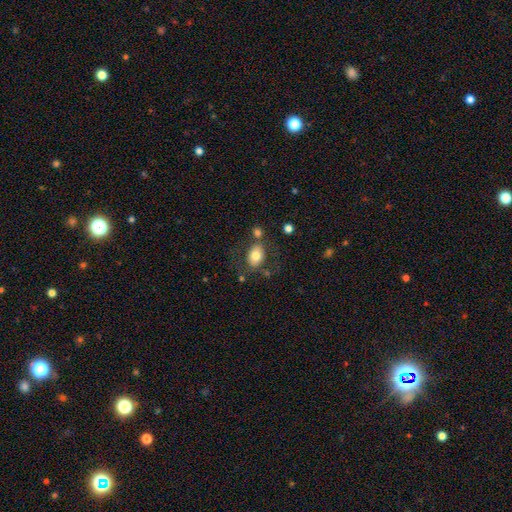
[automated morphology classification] smooth_or_featured: smooth (p=0.75) [alt: featured or disk p=0.17]
how_rounded: in between (p=0.73) [alt: round p=0.26]
merging: none (p=0.65) [alt: minor disturbance p=0.15]